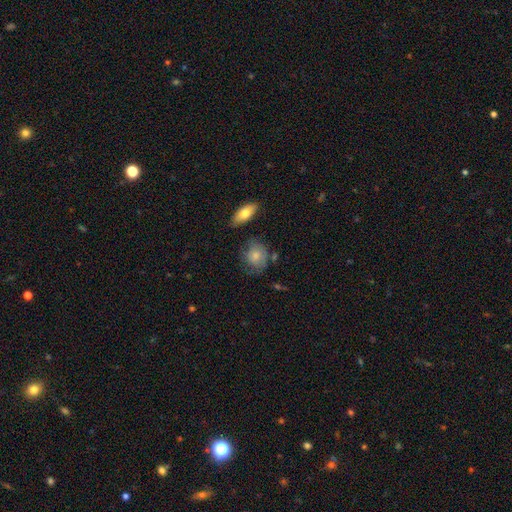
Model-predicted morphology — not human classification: This appears to be a smooth galaxy with no disk features (70%) that is round (68%). Merging: none (61%).